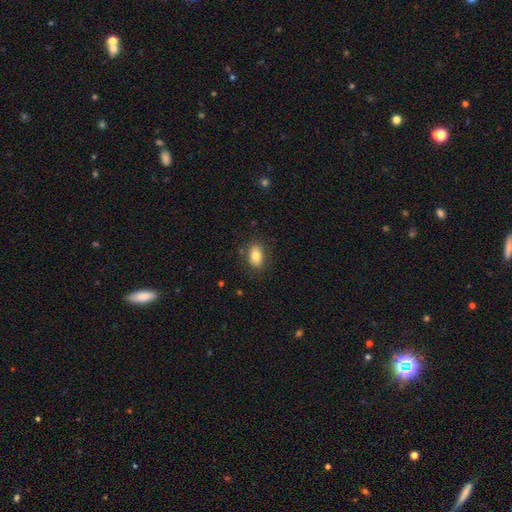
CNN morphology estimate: type=smooth (80%); roundness=in between (83%); merging=none (84%).